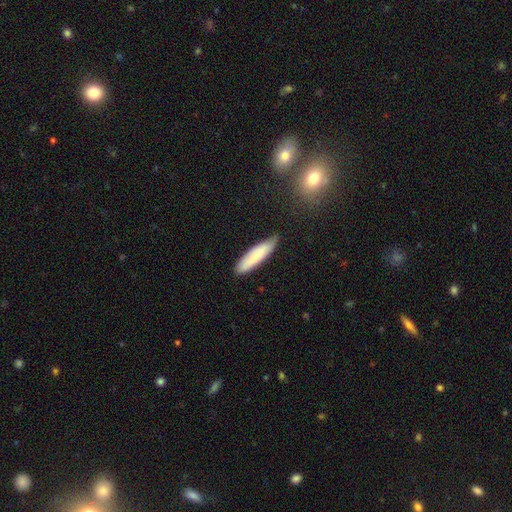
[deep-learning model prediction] A smooth galaxy with no disk features (78%) that is cigar-shaped (77%). Merging: none (80%).